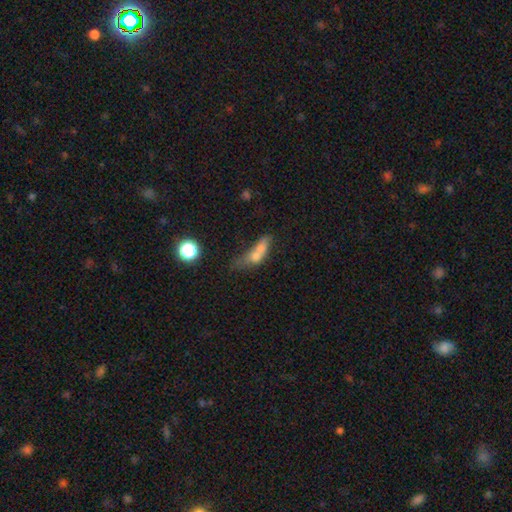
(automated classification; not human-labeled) This is possibly a smooth galaxy (58%). How rounded: possibly in between (53%). Merging: possibly merger (48%).